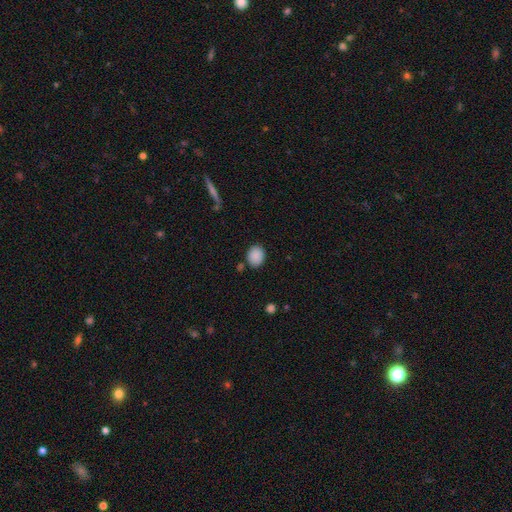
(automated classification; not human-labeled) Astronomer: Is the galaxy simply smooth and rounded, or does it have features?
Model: smooth — 88%.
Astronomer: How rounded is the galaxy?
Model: round — 64%.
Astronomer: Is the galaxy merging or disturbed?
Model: none — 82%.